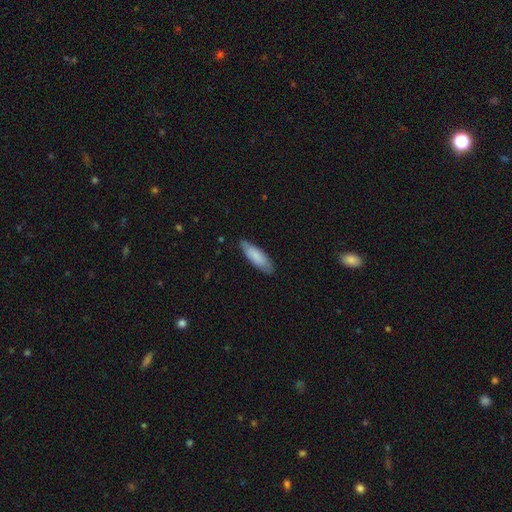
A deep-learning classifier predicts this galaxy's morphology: Smooth or featured: smooth — 80% (featured or disk — 15%)
How rounded: in between — 55% (cigar-shaped — 44%)
Merging: none — 78% (minor disturbance — 18%)